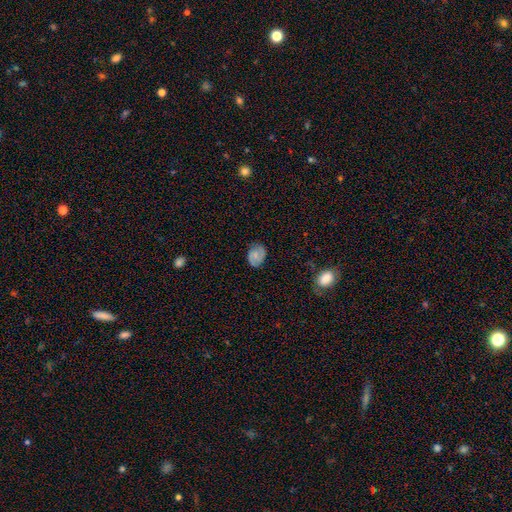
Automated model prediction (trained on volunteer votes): Smooth or featured?
  - smooth: 48% *
  - featured or disk: 42%
  - star or artifact: 10%
Merging?
  - none: 74% *
  - minor disturbance: 19%
  - major disturbance: 5%
  - merger: 1%